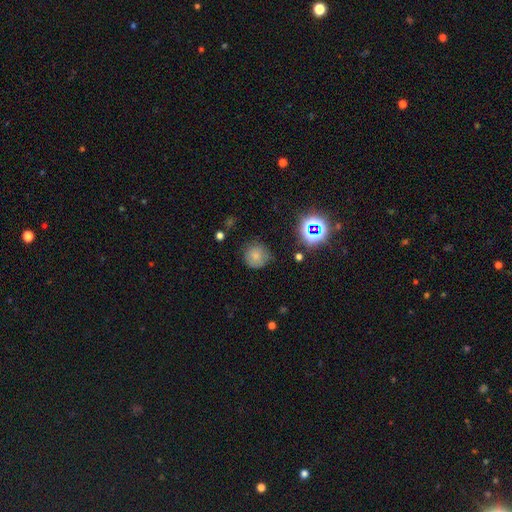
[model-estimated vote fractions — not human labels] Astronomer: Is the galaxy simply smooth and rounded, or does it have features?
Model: smooth — 73%.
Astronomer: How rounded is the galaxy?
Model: round — 92%.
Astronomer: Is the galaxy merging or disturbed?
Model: none — 76%.